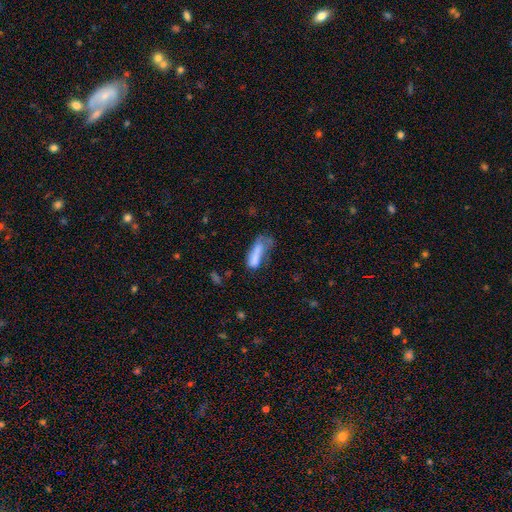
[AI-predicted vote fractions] A smooth galaxy with no disk features (69%) that is in between round and cigar-shaped (54%). Merging: major disturbance (40%).